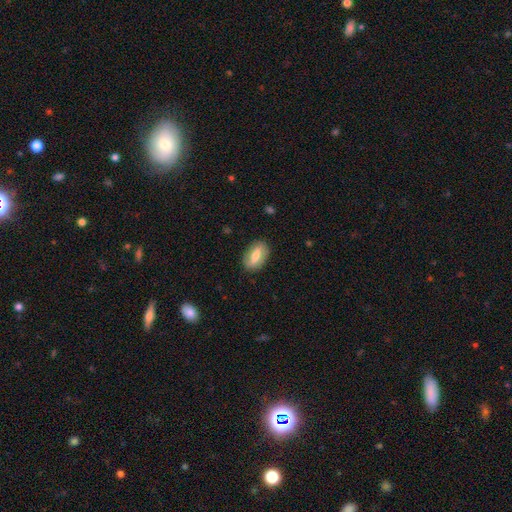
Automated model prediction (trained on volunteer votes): Morphology: type=smooth (57%); roundness=in between (88%); merging=none (84%).